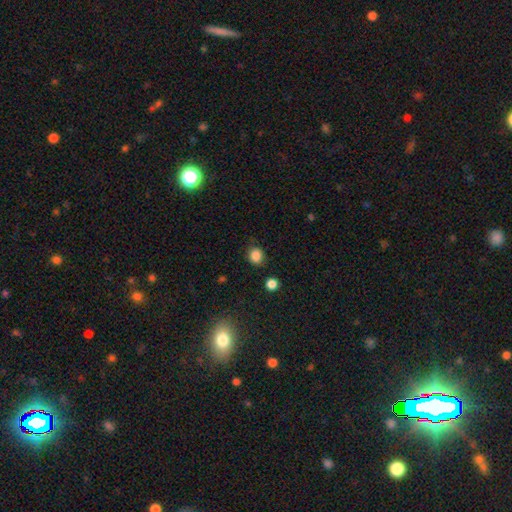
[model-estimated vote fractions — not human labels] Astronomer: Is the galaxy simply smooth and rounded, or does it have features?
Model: smooth — 85%.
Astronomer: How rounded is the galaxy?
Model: round — 73%.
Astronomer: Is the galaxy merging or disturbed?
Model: none — 85%.